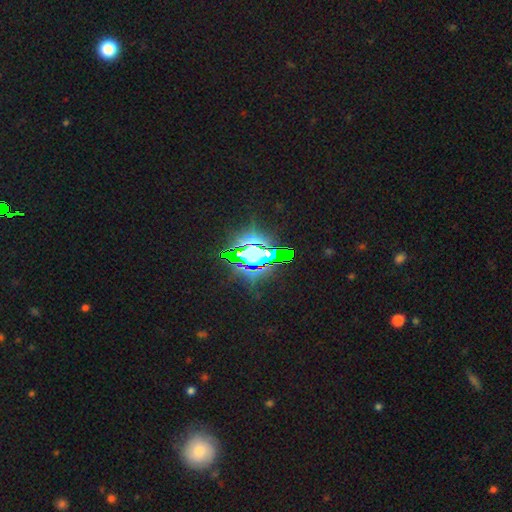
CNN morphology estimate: Smooth or featured: star or artifact — 70% (smooth — 16%)